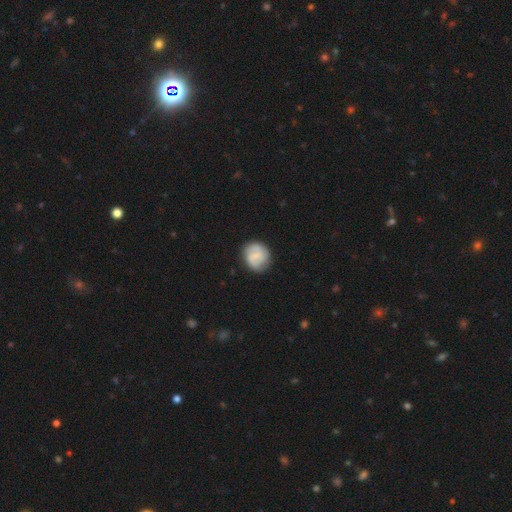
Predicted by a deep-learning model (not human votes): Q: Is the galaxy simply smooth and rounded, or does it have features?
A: featured or disk — 47%.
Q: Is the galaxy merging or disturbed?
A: none — 80%.